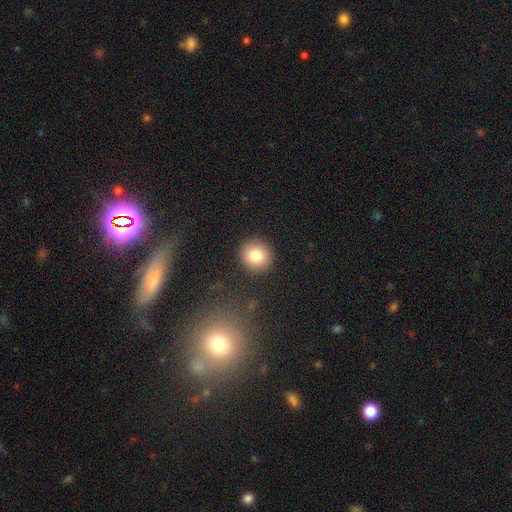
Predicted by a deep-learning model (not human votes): Smooth or featured?
  - smooth: 82% *
  - star or artifact: 10%
  - featured or disk: 8%
How rounded?
  - round: 87% *
  - in between: 12%
  - cigar-shaped: 1%
Merging?
  - none: 90% *
  - minor disturbance: 6%
  - major disturbance: 2%
  - merger: 1%